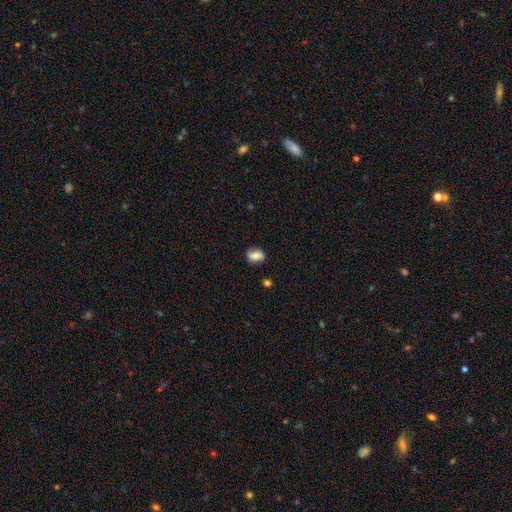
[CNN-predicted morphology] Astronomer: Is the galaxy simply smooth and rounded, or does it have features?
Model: smooth — 69%.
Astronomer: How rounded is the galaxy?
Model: in between — 72%.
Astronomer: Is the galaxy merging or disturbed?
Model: none — 75%.